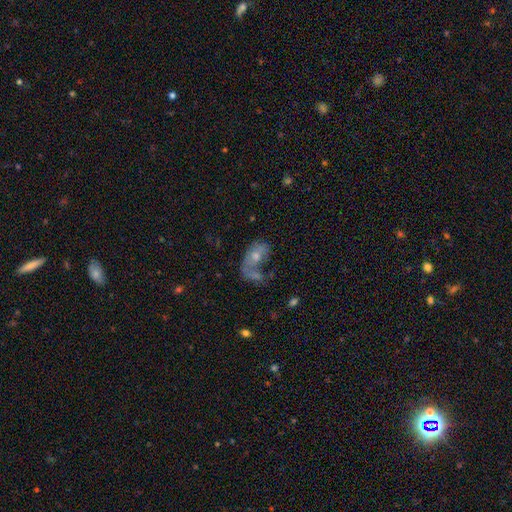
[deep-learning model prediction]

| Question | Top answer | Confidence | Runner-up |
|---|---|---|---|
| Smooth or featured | smooth | 53% | featured or disk (38%) |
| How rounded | in between | 88% | round (10%) |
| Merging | merger | 34% | major disturbance (29%) |